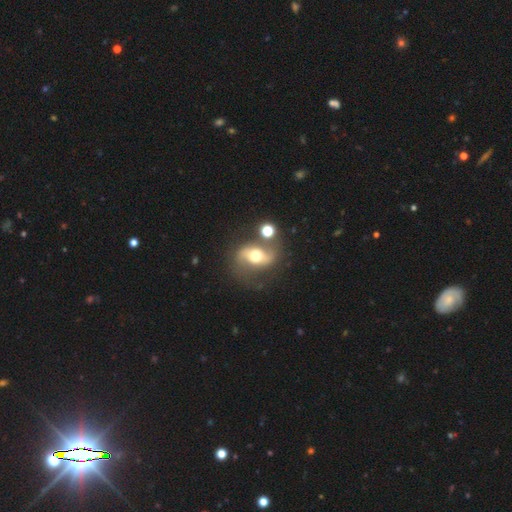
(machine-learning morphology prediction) A featured or disk galaxy (73%) with no bar (38%), 2 (90%) loose (61%) spiral arms (87%) and a moderate central bulge (66%).

Vote fractions:
- Smooth or featured? featured or disk: 73% / smooth: 19% / star or artifact: 9%
- Edge-on disk? no: 95% / yes: 5%
- Bar? no: 38% / weak: 32% / strong: 30%
- Spiral arms? yes: 87% / no: 13%
- Spiral winding? loose: 61% / medium: 31% / tight: 8%
- Spiral arm count? 2: 90% / can't tell: 4% / 1: 3% / 3: 1% / 4: 1% / more than 4: 1%
- Bulge size? moderate: 66% / large: 17% / small: 13% / dominant: 3% / none: 1%
- Merging? none: 60% / minor disturbance: 17% / merger: 11% / major disturbance: 11%